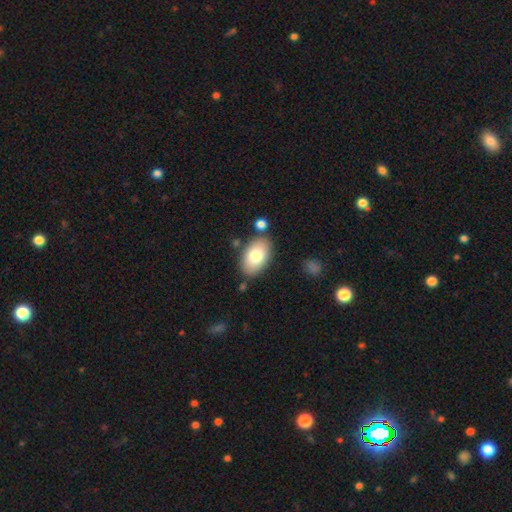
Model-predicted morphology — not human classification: Q: Smooth or featured?
A: smooth (78%); runner-up: featured or disk (15%)
Q: How rounded?
A: in between (93%); runner-up: round (6%)
Q: Merging?
A: none (80%); runner-up: minor disturbance (12%)